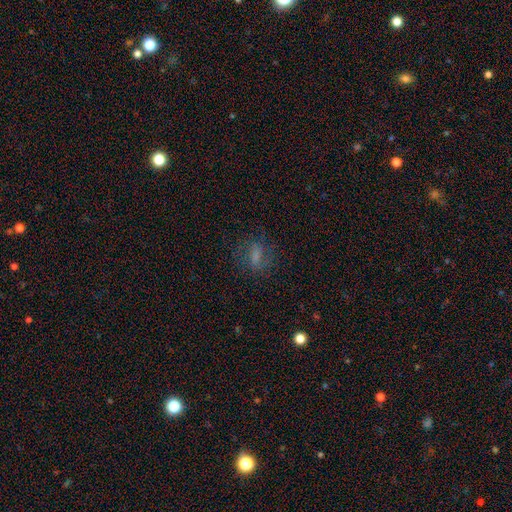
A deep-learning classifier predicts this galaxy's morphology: A smooth galaxy with no disk features (56%) that is in between round and cigar-shaped (59%). Merging: none (71%).